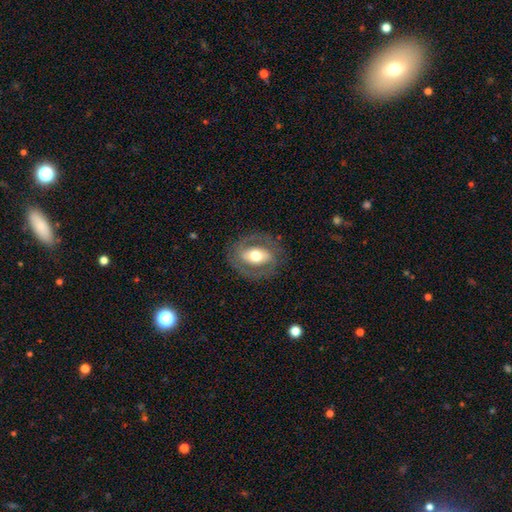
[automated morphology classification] A featured or disk galaxy (68%) with a strong bar (40%), spiral arms (64%) and a moderate central bulge (62%).

Vote fractions:
- Smooth or featured? featured or disk: 68% / smooth: 26% / star or artifact: 6%
- Edge-on disk? no: 93% / yes: 7%
- Bar? strong: 40% / no: 31% / weak: 30%
- Spiral arms? yes: 64% / no: 36%
- Bulge size? moderate: 62% / large: 27% / small: 8% / dominant: 3% / none: 1%
- Merging? none: 79% / minor disturbance: 12% / major disturbance: 7% / merger: 1%